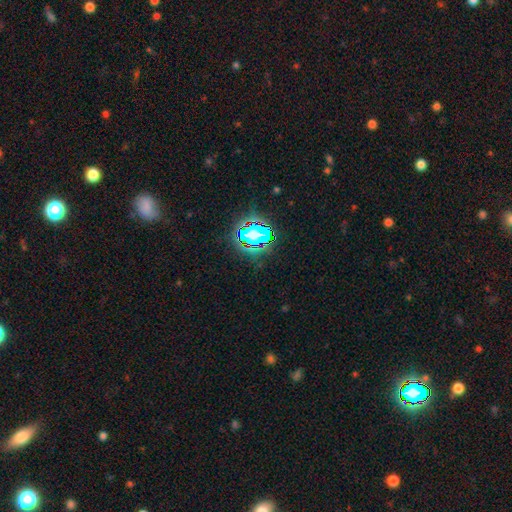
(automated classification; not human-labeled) This appears to be a star or artifact, not a galaxy (76%).